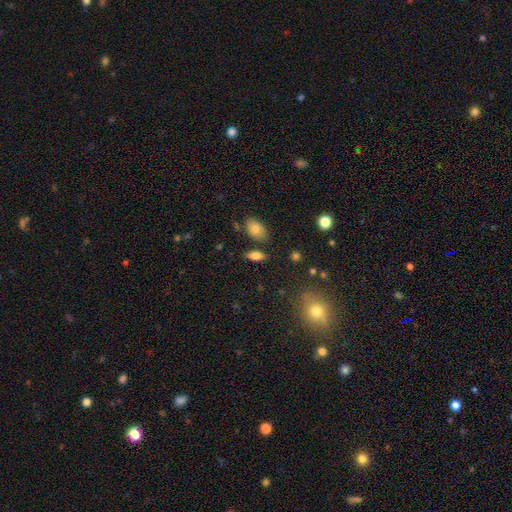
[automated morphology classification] smooth-or-featured: smooth: 76% | featured or disk: 15% | star or artifact: 9%
  how-rounded: in between: 85% | cigar-shaped: 10% | round: 5%
  merging: none: 80% | minor disturbance: 11% | merger: 5% | major disturbance: 3%